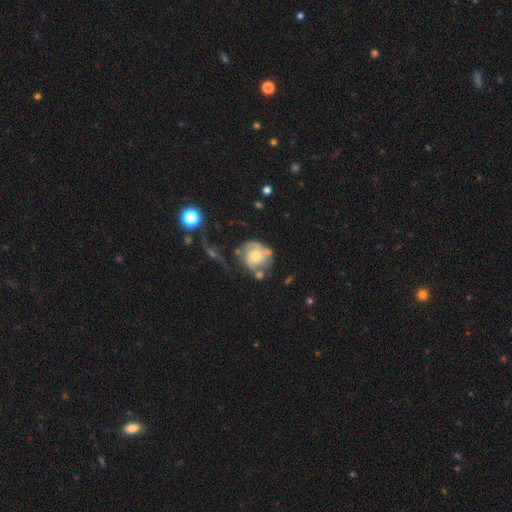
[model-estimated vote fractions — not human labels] Smooth or featured? Predicted: featured or disk (p=0.64). Edge-on disk? Predicted: no (p=0.97). Bar? Predicted: no (p=0.76). Spiral arms? Predicted: yes (p=0.74). Bulge size? Predicted: moderate (p=0.60). Merging? Predicted: none (p=0.44).